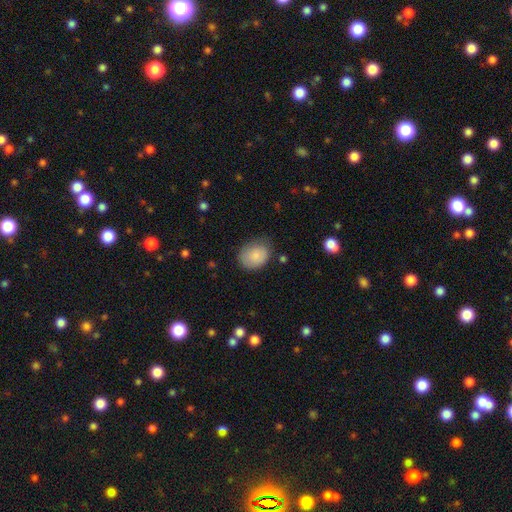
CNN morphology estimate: This appears to be a smooth galaxy with no disk features (85%) that is in between round and cigar-shaped (62%). Merging: none (67%).